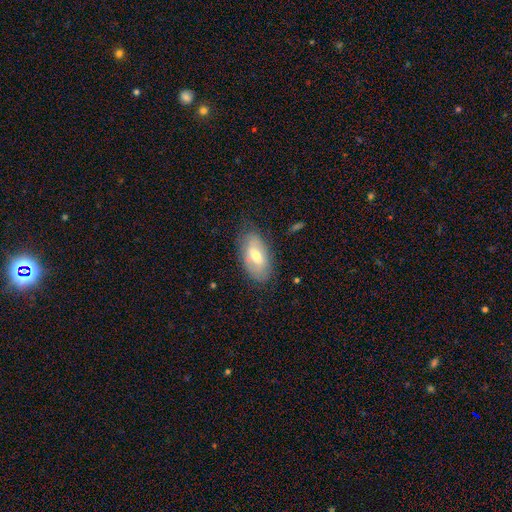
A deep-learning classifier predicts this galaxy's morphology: smooth-or-featured: smooth: 49% | featured or disk: 44% | star or artifact: 7%
  merging: none: 75% | minor disturbance: 19% | major disturbance: 5% | merger: 1%